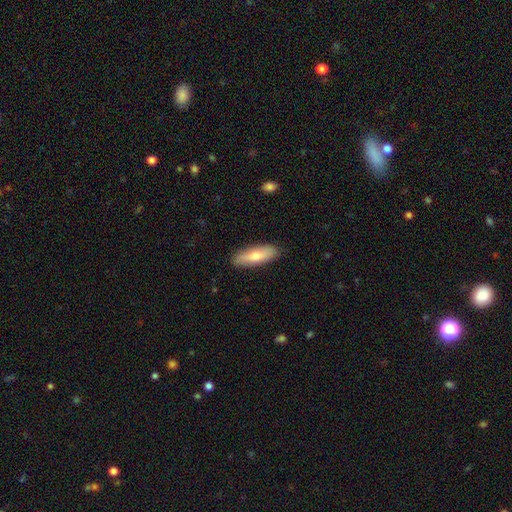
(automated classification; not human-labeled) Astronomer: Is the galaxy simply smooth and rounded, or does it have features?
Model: smooth — 70%.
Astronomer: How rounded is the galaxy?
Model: in between — 53% (runner-up: cigar-shaped, 45%).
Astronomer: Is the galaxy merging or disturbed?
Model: none — 89%.